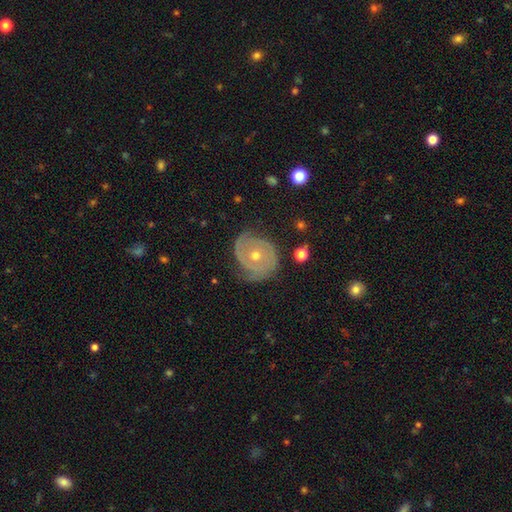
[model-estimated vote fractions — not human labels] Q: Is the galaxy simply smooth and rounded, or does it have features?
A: featured or disk — 78%.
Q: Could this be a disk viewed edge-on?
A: no — 97%.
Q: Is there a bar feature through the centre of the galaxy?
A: no — 82%.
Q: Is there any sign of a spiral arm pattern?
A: yes — 84%.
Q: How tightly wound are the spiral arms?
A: tight — 68%.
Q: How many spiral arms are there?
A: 2 — 43%.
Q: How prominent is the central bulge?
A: moderate — 50%.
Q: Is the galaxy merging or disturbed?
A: none — 68%.